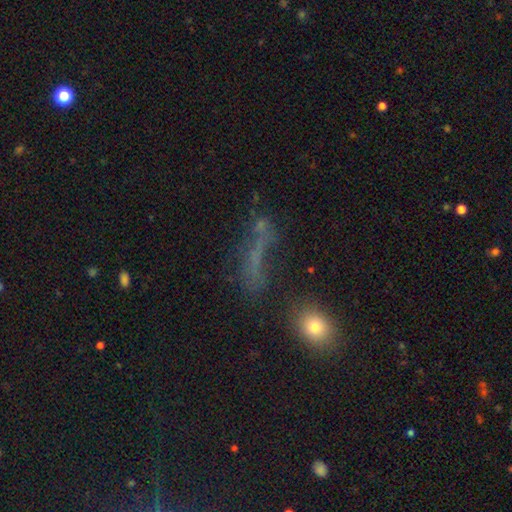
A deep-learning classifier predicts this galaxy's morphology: Smooth or featured? smooth (43%)
Merging? none (39%)